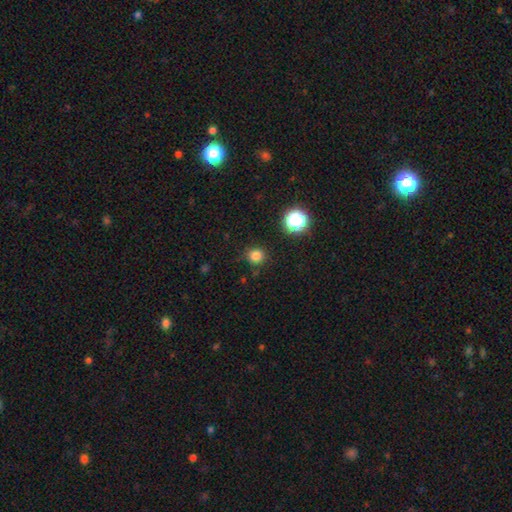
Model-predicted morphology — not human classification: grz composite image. It shows a smooth galaxy with no disk features (80%) that is round (93%). Merging: none (85%).